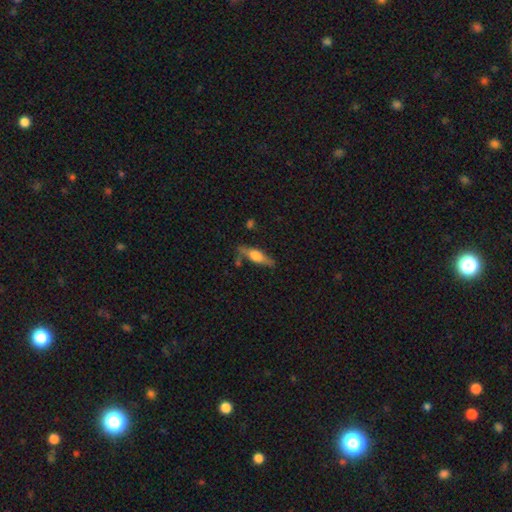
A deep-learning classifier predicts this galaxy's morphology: Smooth or featured? Predicted: featured or disk (p=0.57). Edge-on disk? Predicted: yes (p=0.90). Edge-on bulge? Predicted: rounded (p=0.89). Merging? Predicted: none (p=0.71).